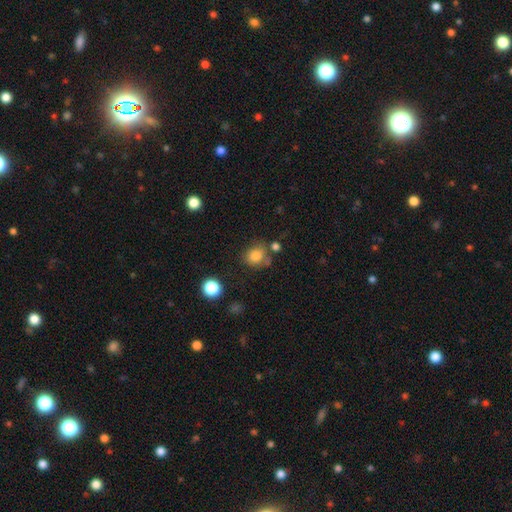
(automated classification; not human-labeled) This appears to be a smooth galaxy with no disk features (81%) that is round (71%). Merging: none (63%).